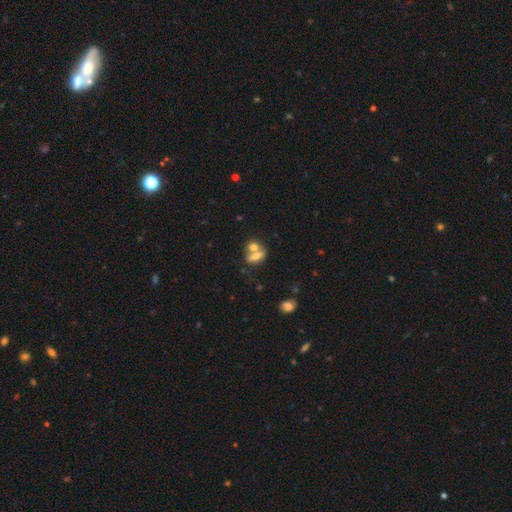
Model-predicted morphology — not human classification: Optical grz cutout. It shows a smooth galaxy with no disk features (66%) that is in between round and cigar-shaped (65%). Merging: merger (56%).